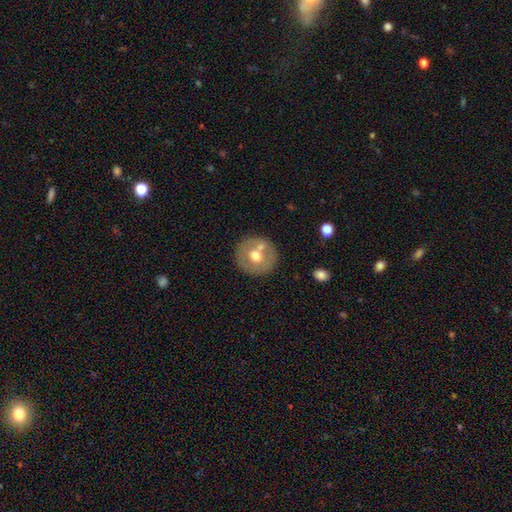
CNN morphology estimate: Smooth or featured? Predicted: smooth (p=0.55). How rounded? Predicted: round (p=0.93). Merging? Predicted: none (p=0.71).